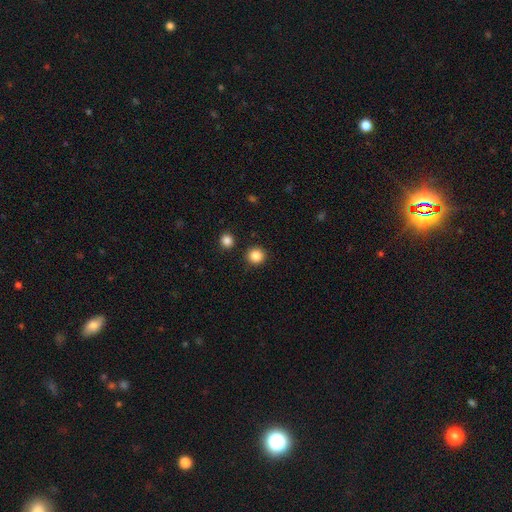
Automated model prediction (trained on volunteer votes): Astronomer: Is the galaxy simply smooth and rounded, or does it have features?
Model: smooth — 86%.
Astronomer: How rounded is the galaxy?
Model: round — 93%.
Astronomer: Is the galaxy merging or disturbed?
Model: none — 91%.